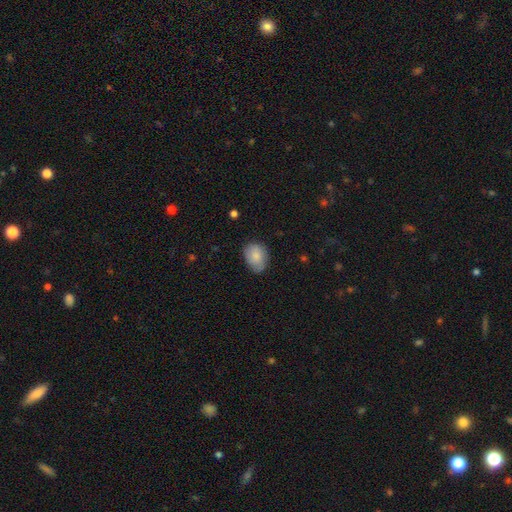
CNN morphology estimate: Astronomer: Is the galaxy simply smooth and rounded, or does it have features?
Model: smooth — 83%.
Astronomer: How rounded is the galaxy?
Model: in between — 72%.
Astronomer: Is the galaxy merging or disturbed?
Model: none — 75%.